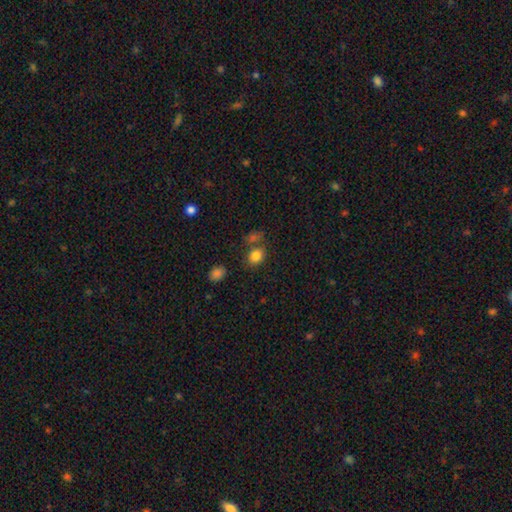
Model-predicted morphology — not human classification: Smooth or featured? Predicted: smooth (p=0.83). How rounded? Predicted: in between (p=0.50). Merging? Predicted: none (p=0.65).